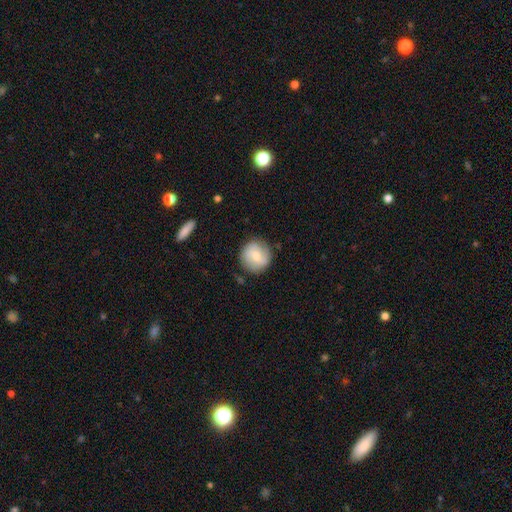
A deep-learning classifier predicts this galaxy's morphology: The model was most divided on "smooth or featured": smooth: 53%, featured or disk: 40%, star or artifact: 7%. More confident: how rounded — round (91%); merging — none (82%).